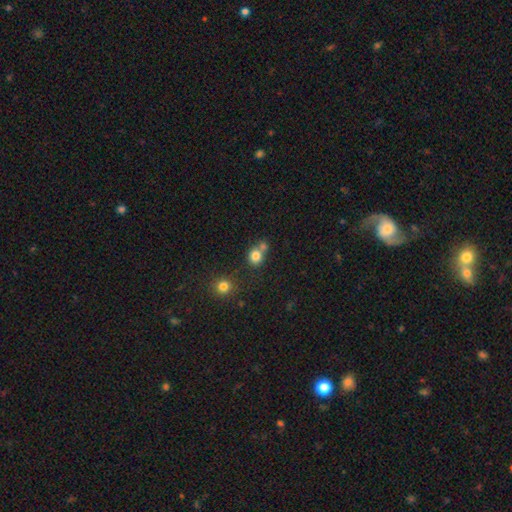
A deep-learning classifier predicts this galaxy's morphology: smooth-or-featured: smooth: 80% | star or artifact: 12% | featured or disk: 8%
  how-rounded: round: 80% | in between: 19% | cigar-shaped: 1%
  merging: none: 51% | merger: 36% | minor disturbance: 9% | major disturbance: 3%